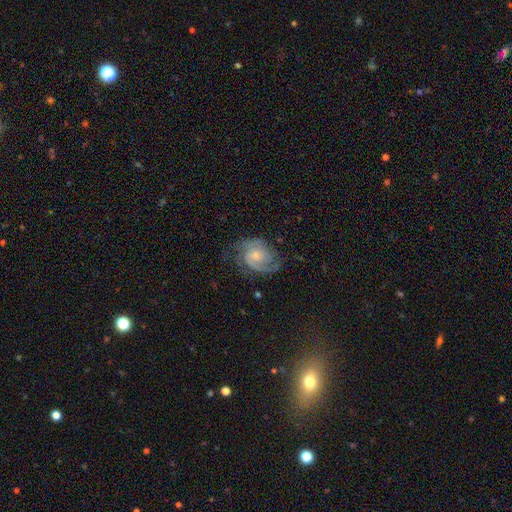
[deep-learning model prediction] smooth-or-featured: featured or disk: 82% | smooth: 13% | star or artifact: 6%
  disk-edge-on: no: 98% | yes: 2%
    bar: no: 66% | weak: 29% | strong: 4%
    has-spiral-arms: yes: 95% | no: 5%
      spiral-winding: medium: 45% | tight: 39% | loose: 15%
      spiral-arm-count: 2: 73% | can't tell: 11% | 3: 7% | 1: 5% | 4: 2% | more than 4: 2%
    bulge-size: small: 56% | moderate: 36% | none: 4% | large: 3% | dominant: 1%
  merging: none: 64% | minor disturbance: 22% | major disturbance: 13% | merger: 1%